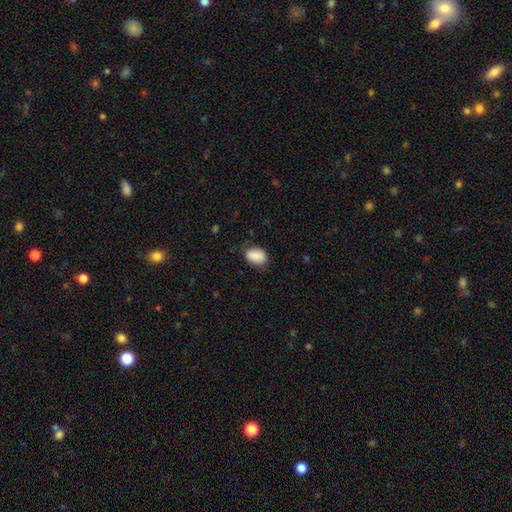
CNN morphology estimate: type=smooth (85%); roundness=in between (80%); merging=none (75%).